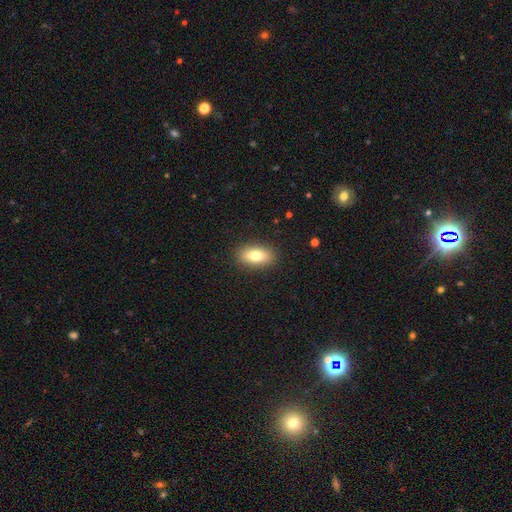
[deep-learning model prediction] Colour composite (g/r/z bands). It shows a smooth galaxy with no disk features (78%) that is in between round and cigar-shaped (87%). Merging: none (89%).